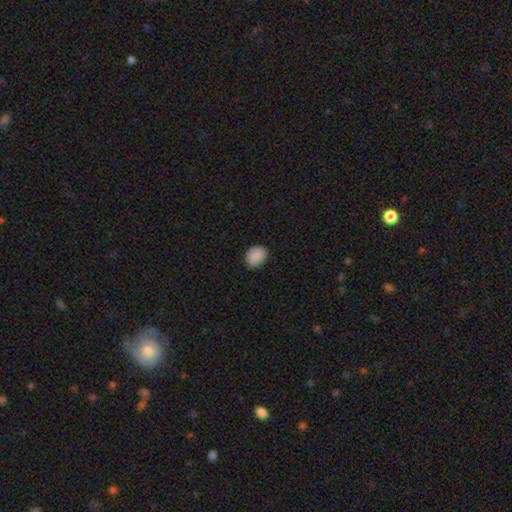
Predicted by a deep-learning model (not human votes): smooth 88%, star or artifact 9%, featured or disk 3%. Down the decision tree: how rounded — in between (51%); merging — none (82%).